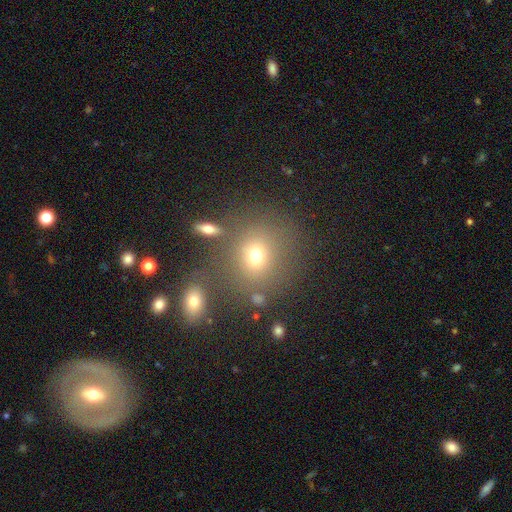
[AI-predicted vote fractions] smooth_or_featured: smooth (p=0.69) [alt: star or artifact p=0.19]
how_rounded: round (p=0.75) [alt: in between p=0.24]
merging: none (p=0.73) [alt: minor disturbance p=0.11]